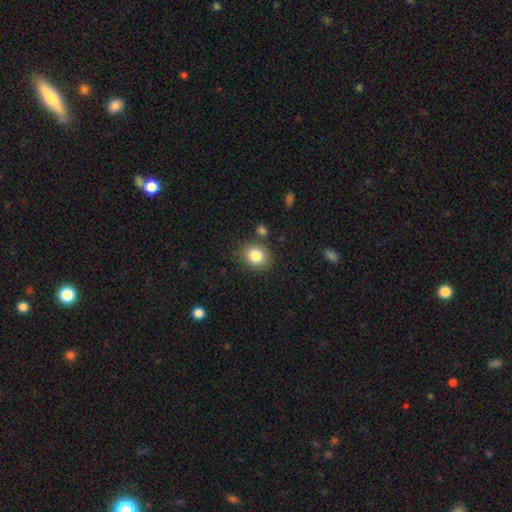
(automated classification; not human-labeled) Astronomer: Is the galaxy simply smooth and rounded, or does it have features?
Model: smooth — 84%.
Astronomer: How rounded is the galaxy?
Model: round — 68%.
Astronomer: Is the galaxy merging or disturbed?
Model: none — 79%.